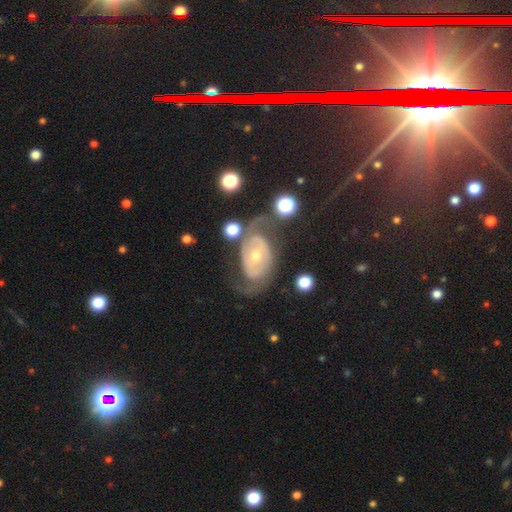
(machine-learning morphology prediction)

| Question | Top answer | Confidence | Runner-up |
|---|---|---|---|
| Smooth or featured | featured or disk | 84% | smooth (10%) |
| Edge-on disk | no | 96% | yes (4%) |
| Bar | no | 67% | weak (23%) |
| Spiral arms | yes | 89% | no (11%) |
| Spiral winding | medium | 41% | tight (37%) |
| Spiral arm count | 2 | 79% | can't tell (11%) |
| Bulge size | small | 55% | moderate (40%) |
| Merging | none | 57% | major disturbance (19%) |